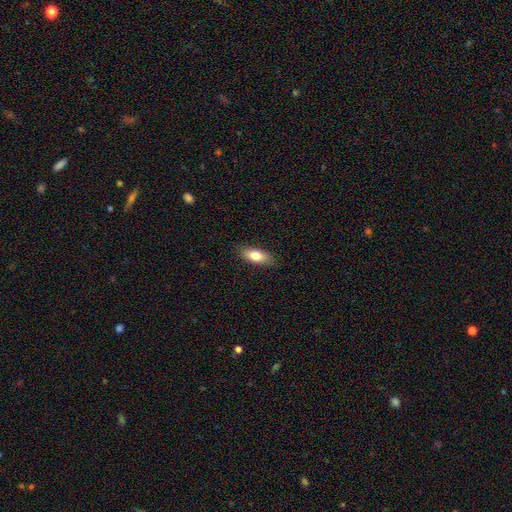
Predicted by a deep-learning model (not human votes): The model was most divided on "smooth or featured": smooth: 76%, featured or disk: 17%, star or artifact: 7%. More confident: merging — none (86%); how rounded — in between (79%).